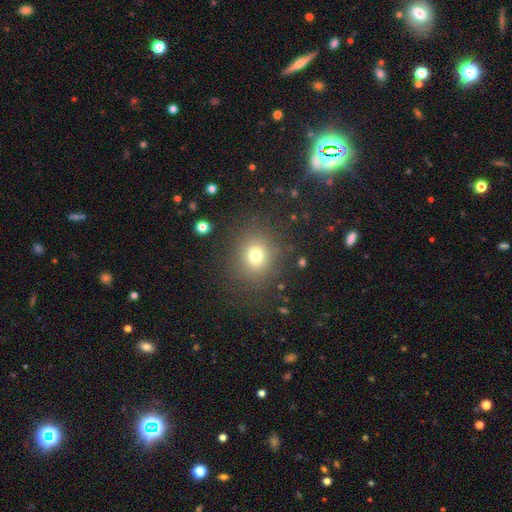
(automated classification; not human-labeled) Smooth or featured? Predicted: smooth (p=0.74). How rounded? Predicted: round (p=0.78). Merging? Predicted: none (p=0.84).